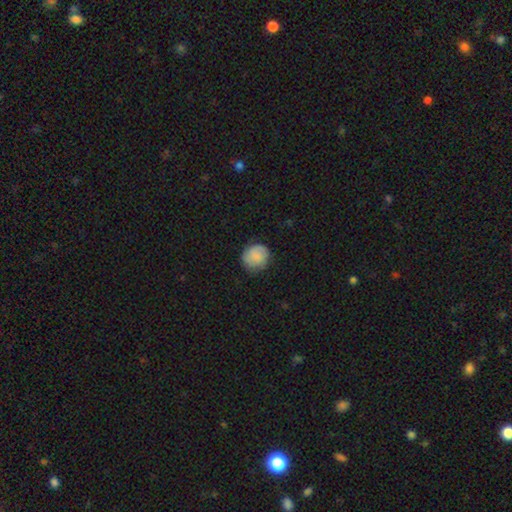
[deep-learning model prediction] A smooth galaxy with no disk features (71%) that is round (84%). Merging: none (77%).